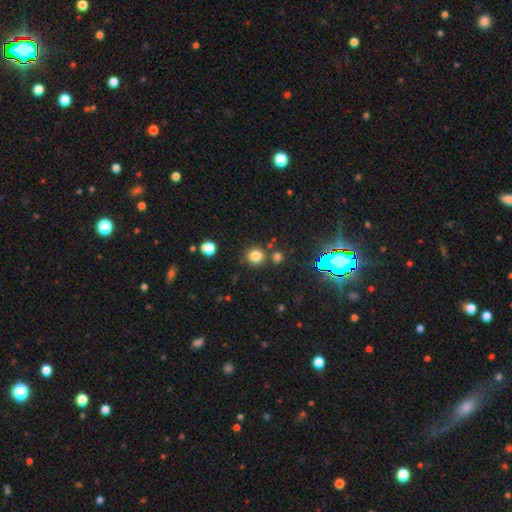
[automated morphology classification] Q: Smooth or featured?
A: smooth (78%); runner-up: star or artifact (16%)
Q: How rounded?
A: round (89%); runner-up: in between (10%)
Q: Merging?
A: none (80%); runner-up: merger (9%)